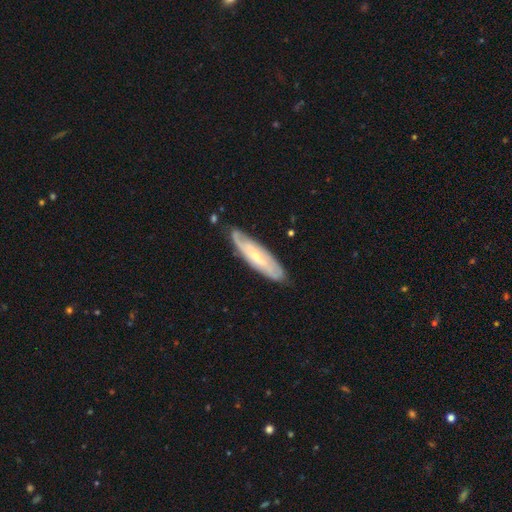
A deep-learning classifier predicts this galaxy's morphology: Smooth or featured?
  - featured or disk: 68% *
  - smooth: 26%
  - star or artifact: 6%
Edge-on disk?
  - no: 69% *
  - yes: 31%
Merging?
  - none: 76% *
  - minor disturbance: 18%
  - major disturbance: 4%
  - merger: 2%